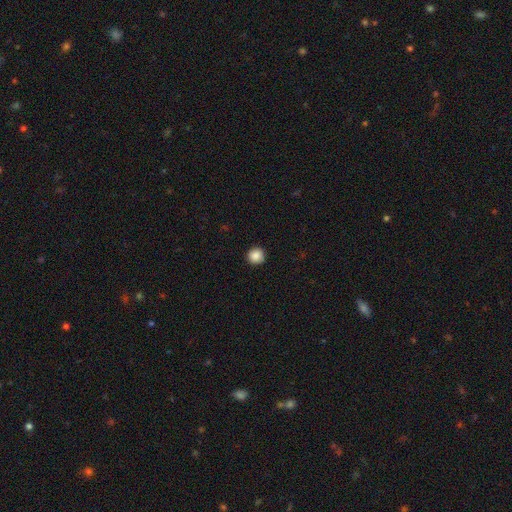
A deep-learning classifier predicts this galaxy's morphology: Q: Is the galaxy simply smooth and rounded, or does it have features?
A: smooth — 88%.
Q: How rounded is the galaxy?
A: round — 94%.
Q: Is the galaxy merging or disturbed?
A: none — 91%.